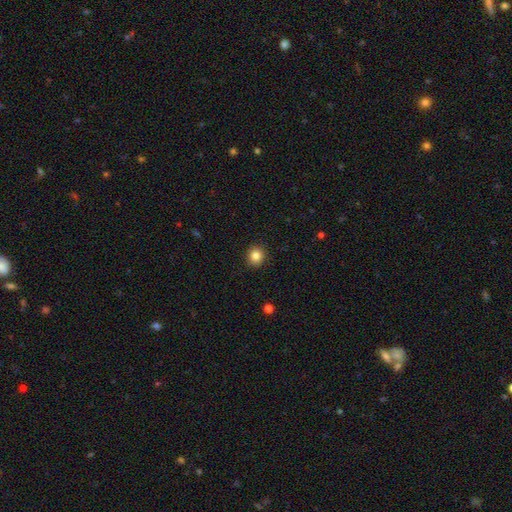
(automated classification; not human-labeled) Smooth or featured? smooth (84%)
How rounded? round (85%)
Merging? none (91%)